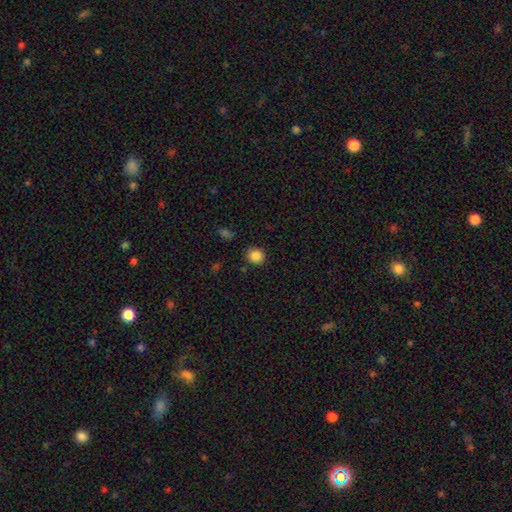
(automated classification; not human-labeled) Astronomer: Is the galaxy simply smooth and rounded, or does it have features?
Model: smooth — 86%.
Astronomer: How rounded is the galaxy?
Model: round — 81%.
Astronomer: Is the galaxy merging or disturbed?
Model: none — 88%.